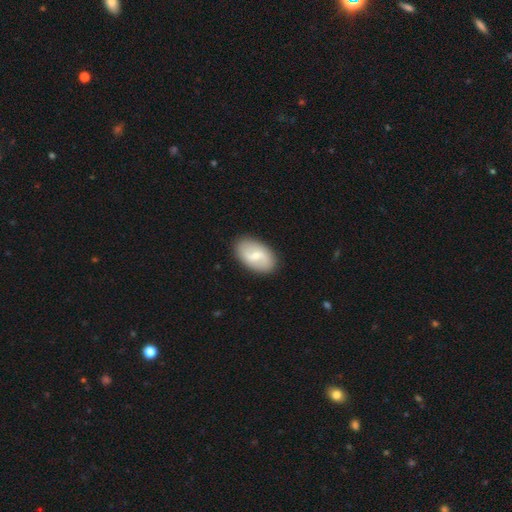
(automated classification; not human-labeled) Smooth or featured? featured or disk (51%)
Edge-on disk? no (95%)
Merging? none (88%)